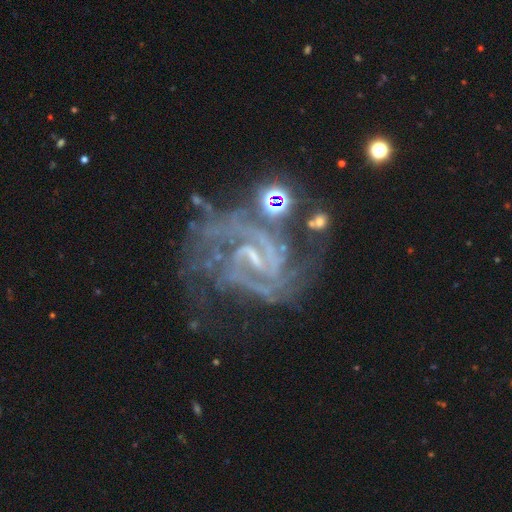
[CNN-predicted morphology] Smooth or featured? Predicted: featured or disk (p=0.88). Edge-on disk? Predicted: no (p=0.98). Bar? Predicted: weak (p=0.48). Spiral arms? Predicted: yes (p=0.97). Spiral winding? Predicted: tight (p=0.46). Spiral arm count? Predicted: 2 (p=0.51). Bulge size? Predicted: small (p=0.57). Merging? Predicted: none (p=0.50).